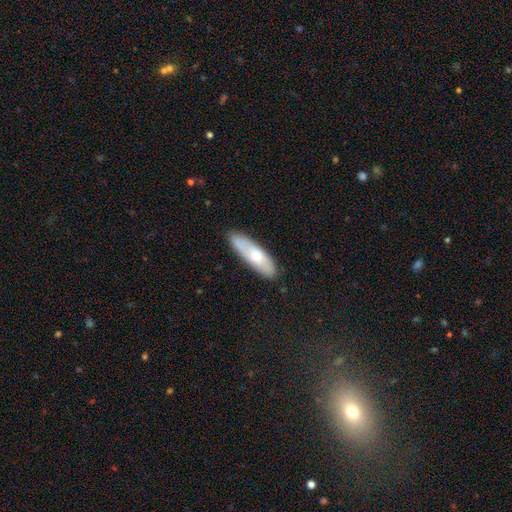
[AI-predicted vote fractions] This is likely a smooth galaxy (62%). How rounded: possibly cigar-shaped (55%). Merging: clearly none (83%).